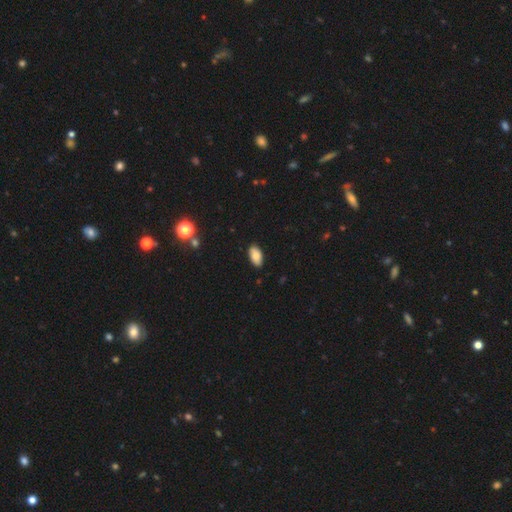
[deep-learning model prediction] smooth 84%, featured or disk 8%, star or artifact 8%. Down the decision tree: how rounded — in between (94%); merging — none (87%).